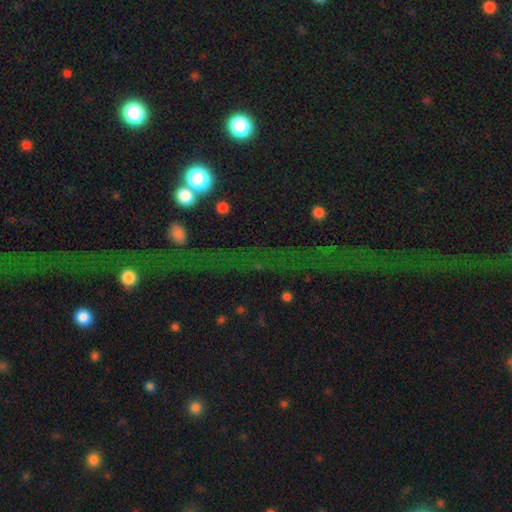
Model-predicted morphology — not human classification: The model was most divided on "smooth or featured": star or artifact: 70%, smooth: 15%, featured or disk: 15%.